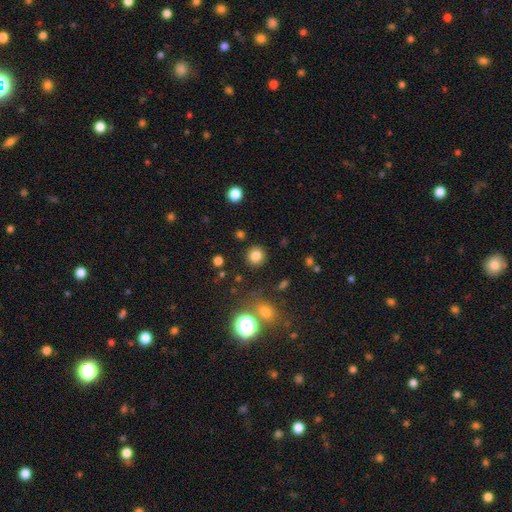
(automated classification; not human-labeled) A smooth galaxy with no disk features (82%) that is round (91%). Merging: none (89%).